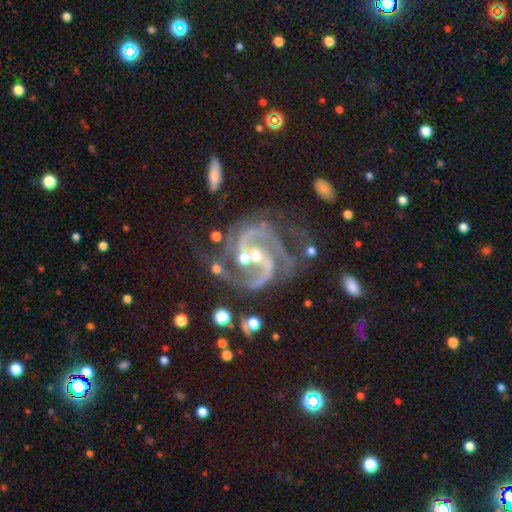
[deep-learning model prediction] This appears to be a featured or disk galaxy (92%) with no bar (41%), 2 (80%) medium (62%) spiral arms (98%) and a moderate central bulge (51%). Merging: none (49%).